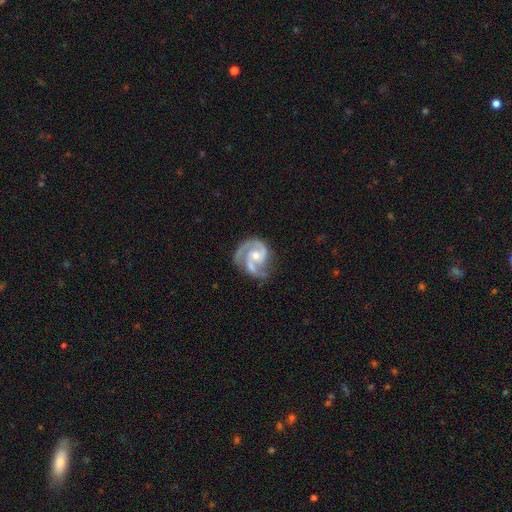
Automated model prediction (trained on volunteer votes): Smooth or featured? featured or disk (91%)
Edge-on disk? no (98%)
Bar? no (58%)
Spiral arms? yes (98%)
Spiral winding? medium (50%)
Spiral arm count? 2 (78%)
Bulge size? moderate (49%)
Merging? none (60%)